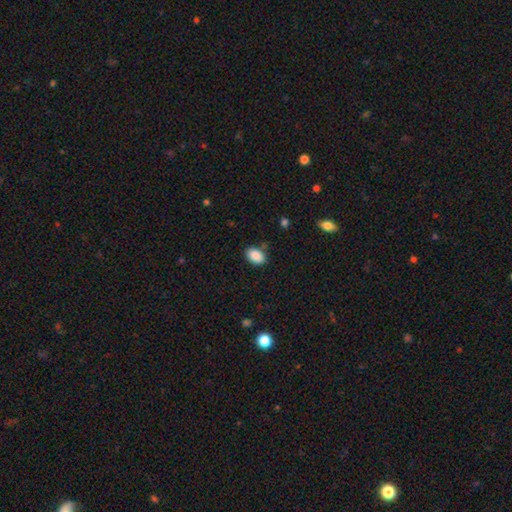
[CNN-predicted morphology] This is clearly a smooth galaxy (89%). How rounded: clearly in between (87%). Merging: clearly none (81%).